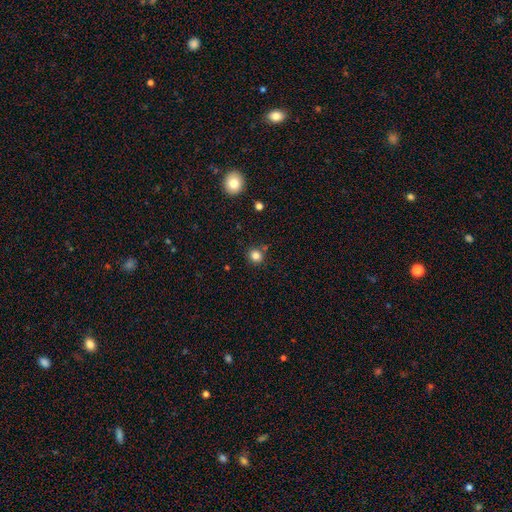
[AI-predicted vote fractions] Smooth or featured?
  - smooth: 83% *
  - star or artifact: 12%
  - featured or disk: 5%
How rounded?
  - round: 89% *
  - in between: 10%
  - cigar-shaped: 1%
Merging?
  - none: 83% *
  - minor disturbance: 9%
  - merger: 5%
  - major disturbance: 2%